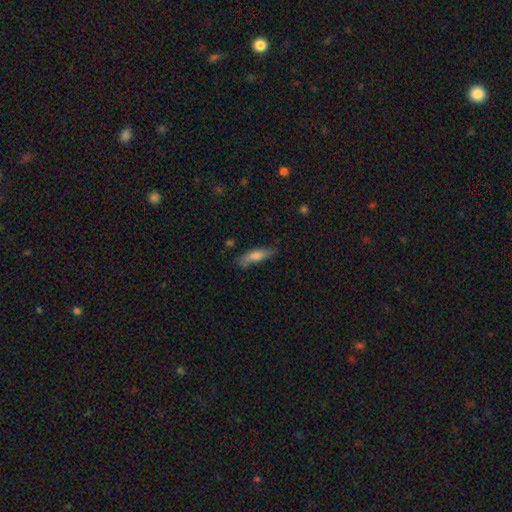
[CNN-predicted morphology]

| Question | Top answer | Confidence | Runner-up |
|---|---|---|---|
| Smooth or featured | smooth | 68% | featured or disk (25%) |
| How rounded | cigar-shaped | 58% | in between (40%) |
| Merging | none | 73% | minor disturbance (20%) |